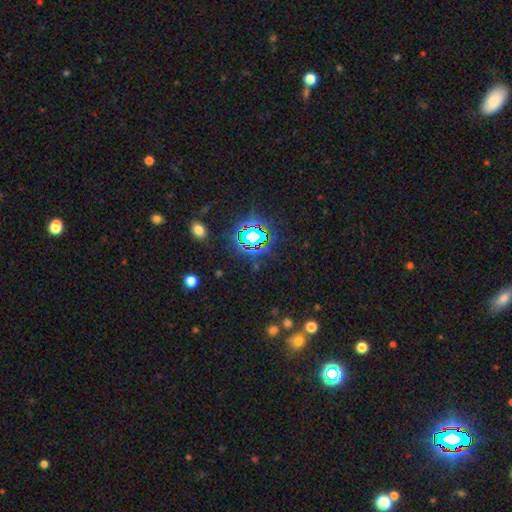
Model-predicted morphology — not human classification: This appears to be a star or artifact, not a galaxy (79%).